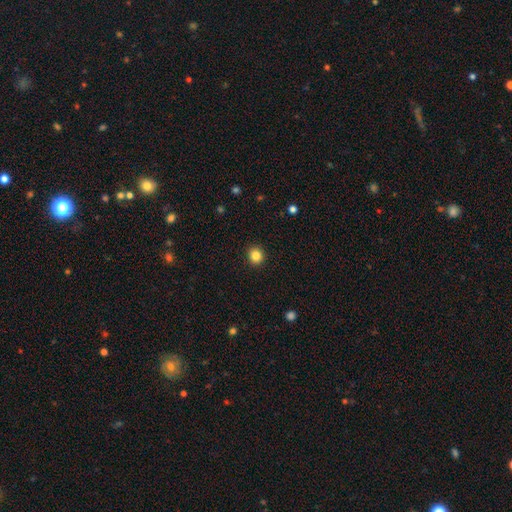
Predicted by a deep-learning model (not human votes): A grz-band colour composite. It shows a smooth galaxy with no disk features (84%) that is round (88%). Merging: none (92%).